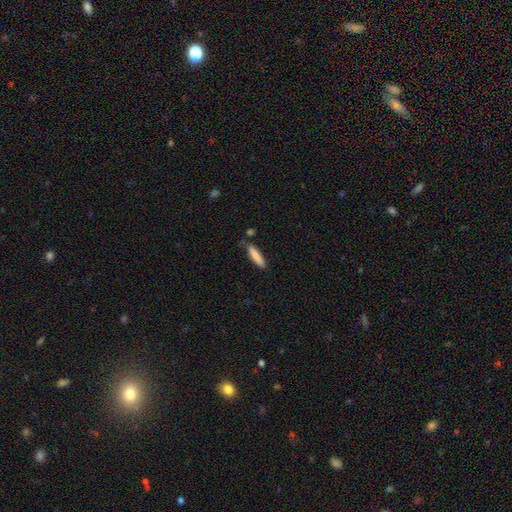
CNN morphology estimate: This appears to be a smooth galaxy with no disk features (85%) that is cigar-shaped (79%). Merging: none (74%).